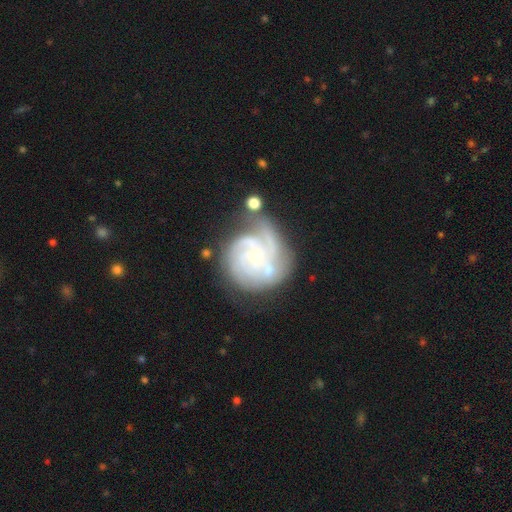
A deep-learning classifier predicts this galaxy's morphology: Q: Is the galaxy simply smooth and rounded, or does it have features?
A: featured or disk — 85%.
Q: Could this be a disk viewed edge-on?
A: no — 98%.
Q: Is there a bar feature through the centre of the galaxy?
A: no — 75%.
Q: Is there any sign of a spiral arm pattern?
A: yes — 96%.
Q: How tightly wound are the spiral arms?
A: tight — 66%.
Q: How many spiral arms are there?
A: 3 — 38%.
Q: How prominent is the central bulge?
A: small — 73%.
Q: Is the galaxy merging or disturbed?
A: none — 54%.